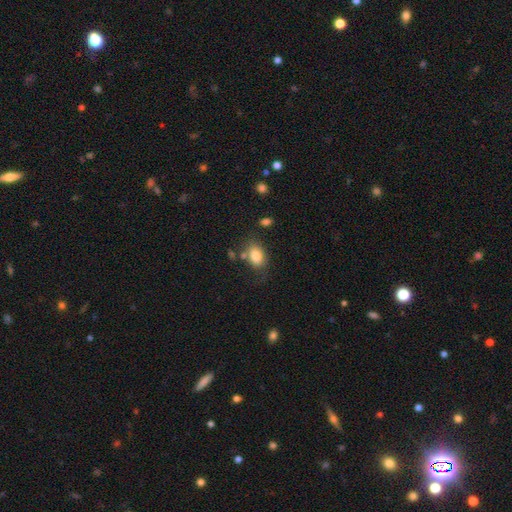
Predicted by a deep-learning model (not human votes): Q: Smooth or featured?
A: smooth (81%); runner-up: featured or disk (10%)
Q: How rounded?
A: in between (79%); runner-up: round (20%)
Q: Merging?
A: none (65%); runner-up: minor disturbance (18%)